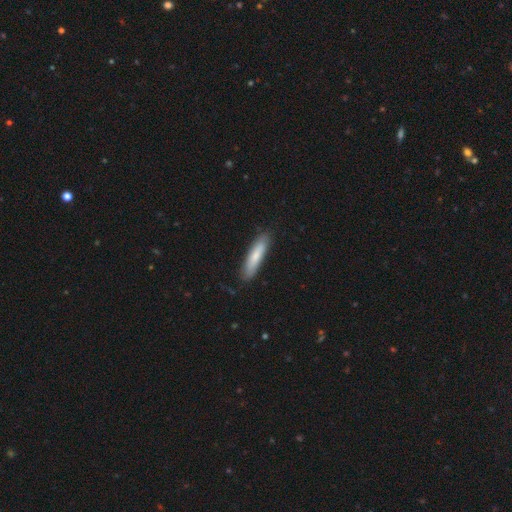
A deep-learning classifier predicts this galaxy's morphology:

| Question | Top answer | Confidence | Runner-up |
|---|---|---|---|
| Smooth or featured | smooth | 74% | featured or disk (20%) |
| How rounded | cigar-shaped | 82% | in between (17%) |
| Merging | none | 85% | minor disturbance (12%) |